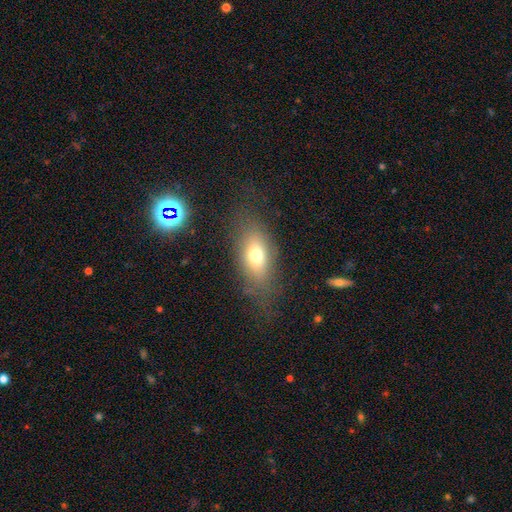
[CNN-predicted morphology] Smooth or featured? Predicted: smooth (p=0.70). How rounded? Predicted: in between (p=0.80). Merging? Predicted: none (p=0.71).